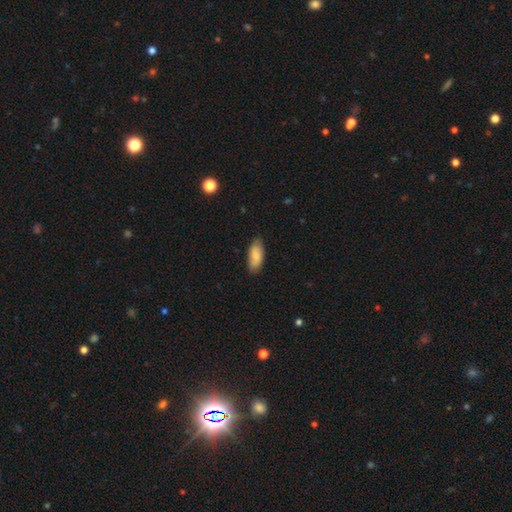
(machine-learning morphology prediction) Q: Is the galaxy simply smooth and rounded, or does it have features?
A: smooth — 80%.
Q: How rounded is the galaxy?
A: in between — 88%.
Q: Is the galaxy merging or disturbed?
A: none — 81%.